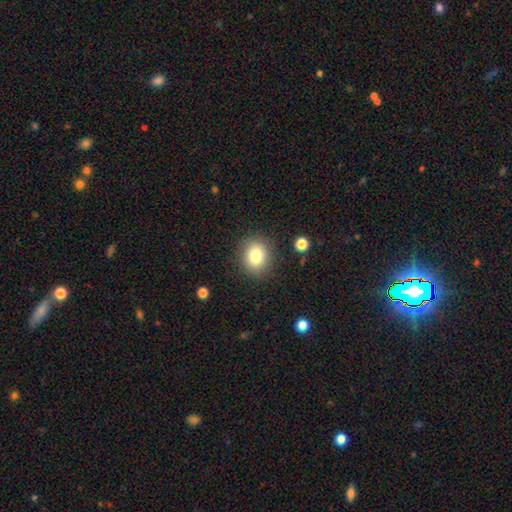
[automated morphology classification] Smooth or featured?
  - smooth: 80% *
  - star or artifact: 11%
  - featured or disk: 9%
How rounded?
  - round: 74% *
  - in between: 25%
  - cigar-shaped: 1%
Merging?
  - none: 86% *
  - minor disturbance: 9%
  - major disturbance: 3%
  - merger: 2%